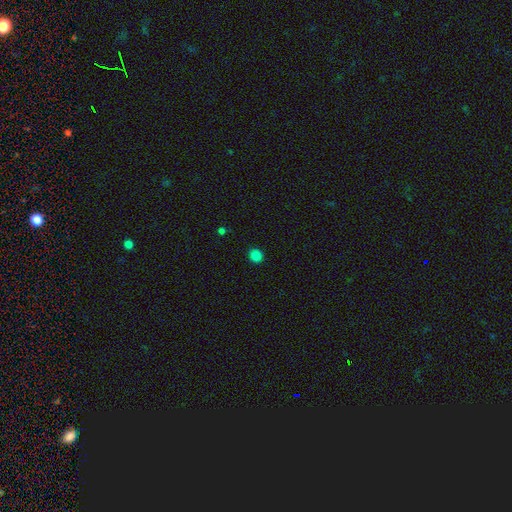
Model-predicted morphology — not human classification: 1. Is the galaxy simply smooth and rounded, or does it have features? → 83% smooth, 14% star or artifact, 3% featured or disk.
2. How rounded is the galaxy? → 83% round, 16% in between, 1% cigar-shaped.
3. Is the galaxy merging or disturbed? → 91% none, 6% minor disturbance, 2% major disturbance, 1% merger.